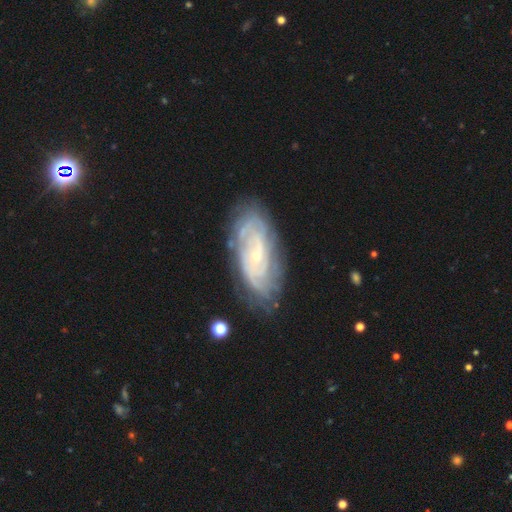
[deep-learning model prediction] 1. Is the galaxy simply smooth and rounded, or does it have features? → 81% featured or disk, 13% smooth, 6% star or artifact.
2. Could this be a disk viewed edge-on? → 93% no, 7% yes.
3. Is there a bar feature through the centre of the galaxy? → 70% no, 23% weak, 6% strong.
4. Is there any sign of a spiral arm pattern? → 91% yes, 9% no.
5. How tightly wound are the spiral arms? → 74% tight, 21% medium, 5% loose.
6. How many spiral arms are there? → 48% can't tell, 20% 2, 11% 3, 10% 4, 6% more than 4, 5% 1.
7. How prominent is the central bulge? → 80% small, 16% moderate, 2% none, 1% large, 1% dominant.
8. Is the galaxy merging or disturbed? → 76% none, 17% minor disturbance, 5% major disturbance, 2% merger.